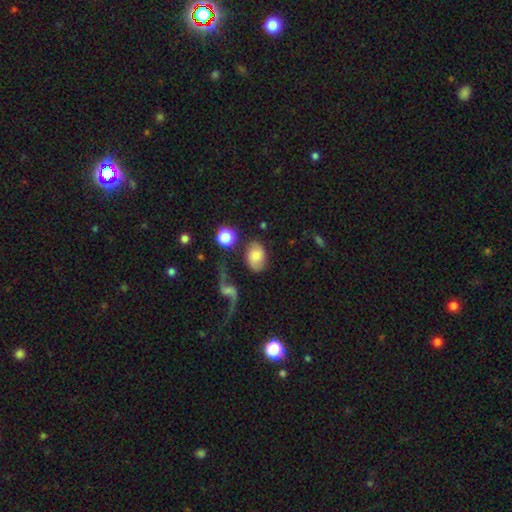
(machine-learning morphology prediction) Q: Smooth or featured?
A: smooth (57%); runner-up: featured or disk (34%)
Q: How rounded?
A: in between (78%); runner-up: round (21%)
Q: Merging?
A: none (65%); runner-up: minor disturbance (17%)